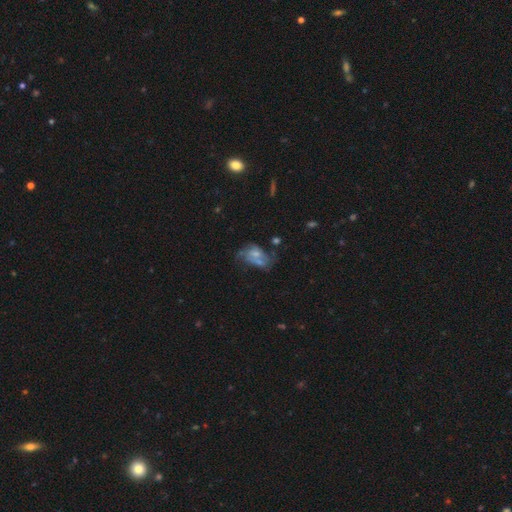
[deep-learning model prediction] Overall: featured or disk (52%; smooth 36%). Edge-on disk: no (97%). Bar: no (70%). Spiral arms: no (51%; yes 49%). Bulge size: small (35%; moderate 33%). Merging: none (28%; major disturbance 26%).